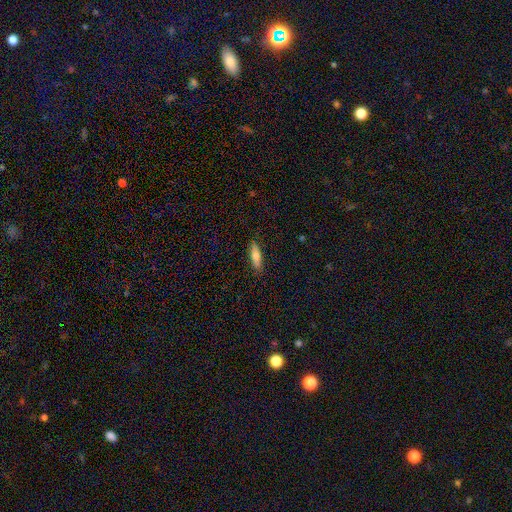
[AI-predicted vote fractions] Smooth or featured? Predicted: smooth (p=0.70). How rounded? Predicted: cigar-shaped (p=0.55). Merging? Predicted: none (p=0.87).